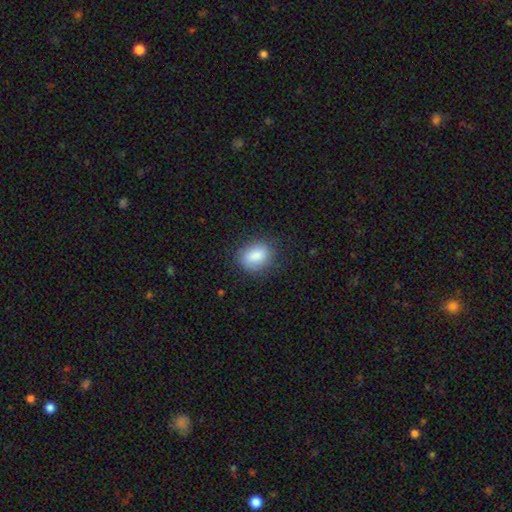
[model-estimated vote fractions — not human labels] smooth 86%, star or artifact 7%, featured or disk 7%. Down the decision tree: how rounded — in between (68%); merging — none (80%).